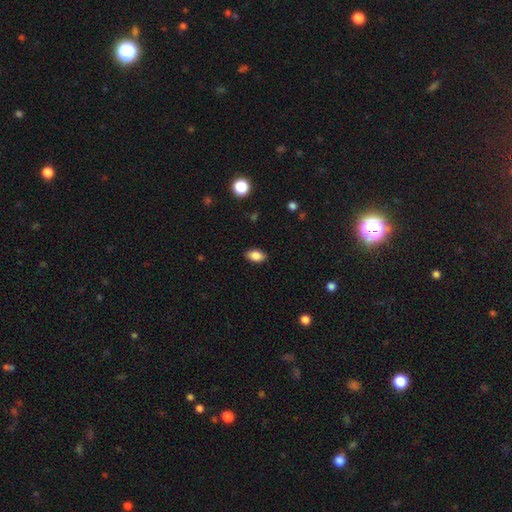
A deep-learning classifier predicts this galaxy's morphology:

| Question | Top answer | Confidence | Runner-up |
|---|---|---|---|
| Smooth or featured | smooth | 86% | star or artifact (8%) |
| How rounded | in between | 90% | round (8%) |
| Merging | none | 88% | minor disturbance (9%) |